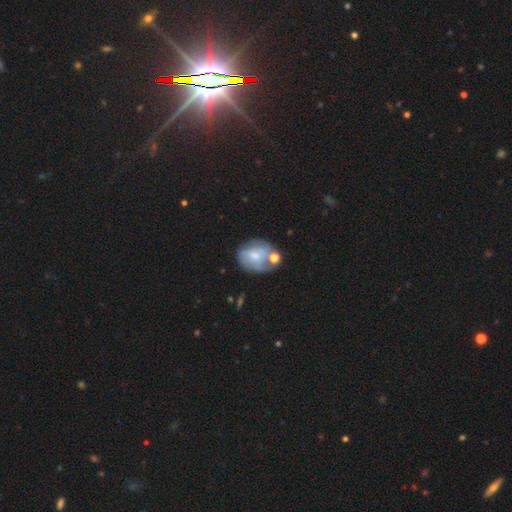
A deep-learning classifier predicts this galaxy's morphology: This is possibly a smooth galaxy (47%). Merging: marginally none (43%).